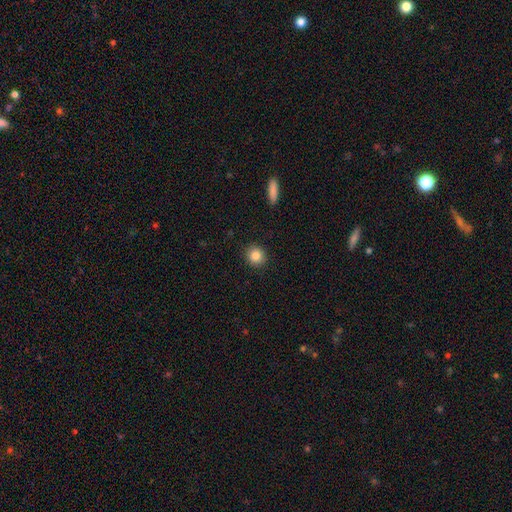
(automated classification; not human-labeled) Smooth or featured: smooth — 85% (star or artifact — 10%)
How rounded: round — 89% (in between — 10%)
Merging: none — 91% (minor disturbance — 6%)